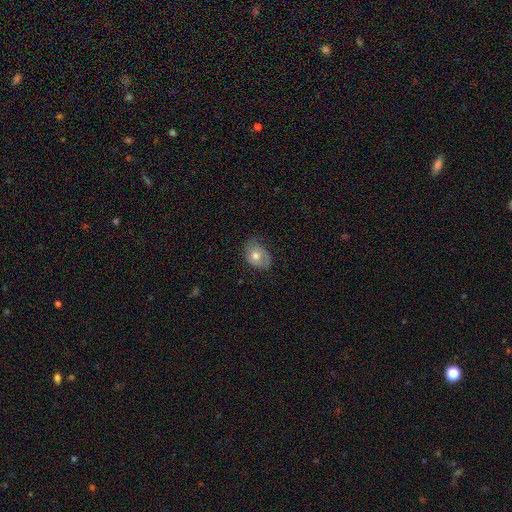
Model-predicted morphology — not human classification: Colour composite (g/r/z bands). It shows a smooth galaxy with no disk features (62%) that is in between round and cigar-shaped (68%). Merging: none (58%).